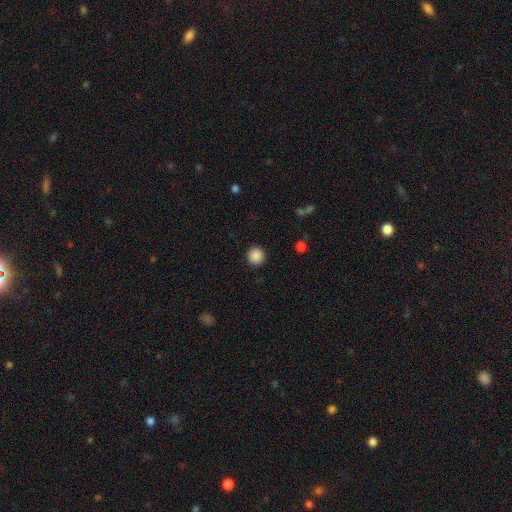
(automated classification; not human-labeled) This appears to be a smooth galaxy with no disk features (88%) that is round (94%). Merging: none (92%).